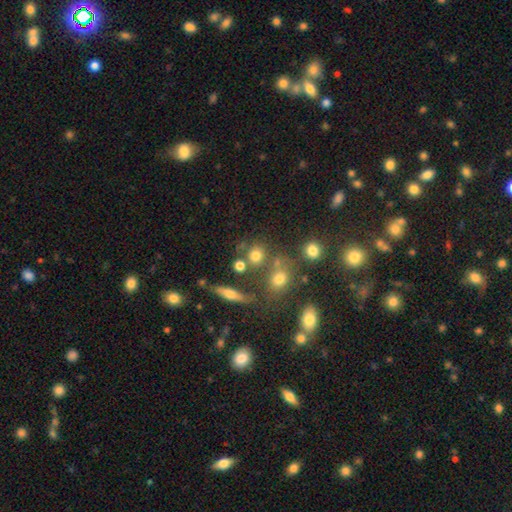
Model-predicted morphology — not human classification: Smooth or featured?
  - smooth: 71% *
  - star or artifact: 16%
  - featured or disk: 12%
How rounded?
  - round: 79% *
  - in between: 18%
  - cigar-shaped: 3%
Merging?
  - none: 62% *
  - merger: 21%
  - minor disturbance: 11%
  - major disturbance: 6%